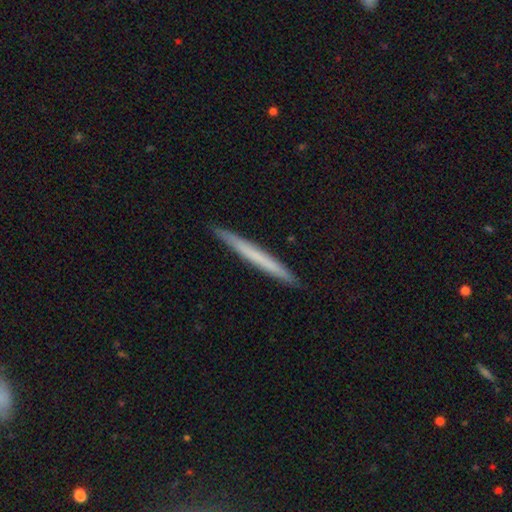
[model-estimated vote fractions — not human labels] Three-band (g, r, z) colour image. It shows a smooth galaxy with no disk features (58%) that is cigar-shaped (97%). Merging: none (91%).